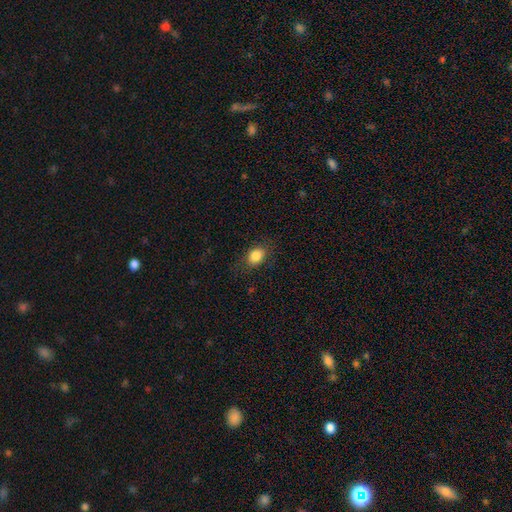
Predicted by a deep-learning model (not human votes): Smooth or featured?
  - smooth: 84% *
  - star or artifact: 9%
  - featured or disk: 7%
How rounded?
  - in between: 72% *
  - round: 26%
  - cigar-shaped: 2%
Merging?
  - none: 79% *
  - minor disturbance: 14%
  - major disturbance: 5%
  - merger: 1%